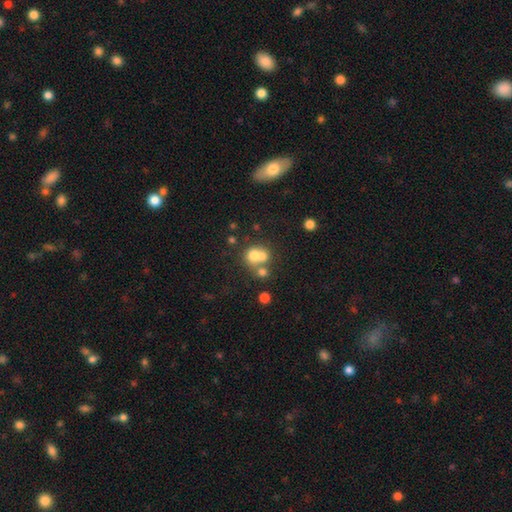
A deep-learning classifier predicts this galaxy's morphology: Smooth or featured? Predicted: smooth (p=0.65). How rounded? Predicted: round (p=0.81). Merging? Predicted: merger (p=0.53).